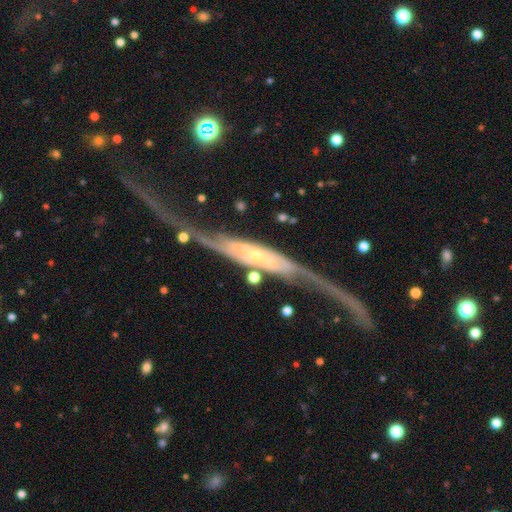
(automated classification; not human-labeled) Smooth or featured? Predicted: featured or disk (p=0.87). Edge-on disk? Predicted: no (p=0.63). Bar? Predicted: no (p=0.53). Spiral arms? Predicted: yes (p=0.88). Bulge size? Predicted: small (p=0.63). Merging? Predicted: none (p=0.39).